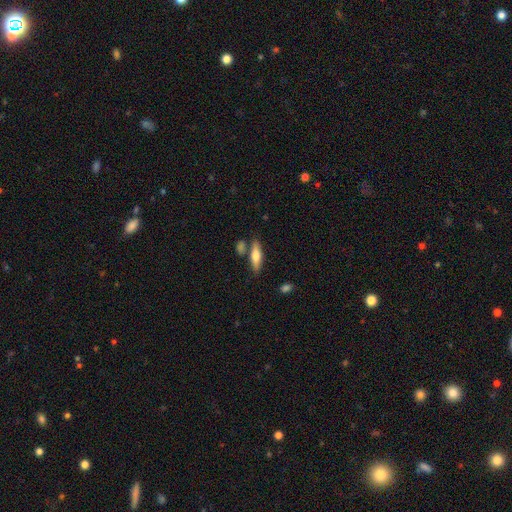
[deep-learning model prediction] This appears to be a smooth galaxy with no disk features (58%) that is cigar-shaped (59%). Merging: none (74%).